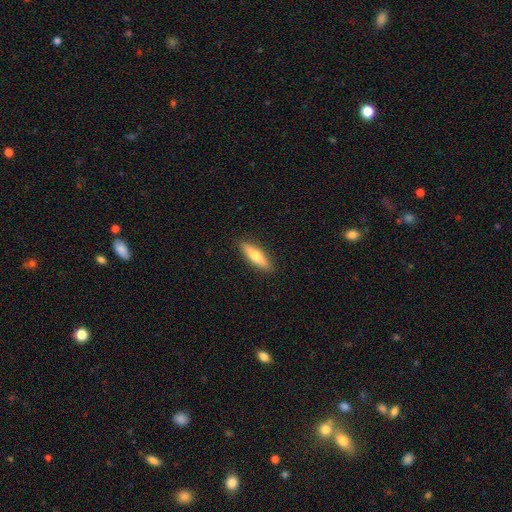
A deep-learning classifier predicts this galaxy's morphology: Smooth or featured? Predicted: smooth (p=0.64). How rounded? Predicted: cigar-shaped (p=0.63). Merging? Predicted: none (p=0.90).